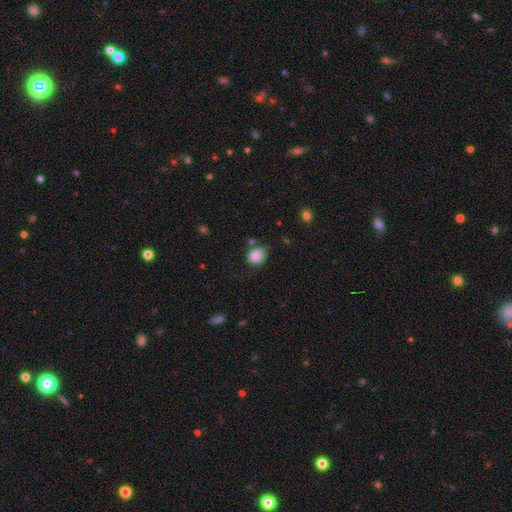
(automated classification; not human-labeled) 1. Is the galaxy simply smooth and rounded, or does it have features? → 85% smooth, 9% star or artifact, 6% featured or disk.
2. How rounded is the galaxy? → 65% round, 34% in between, 1% cigar-shaped.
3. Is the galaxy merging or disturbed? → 63% none, 23% minor disturbance, 7% major disturbance, 7% merger.